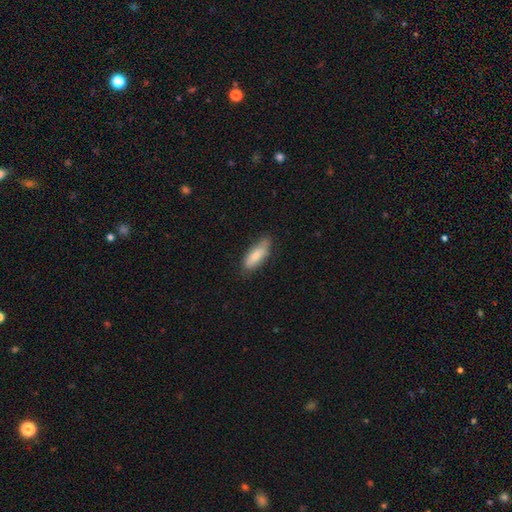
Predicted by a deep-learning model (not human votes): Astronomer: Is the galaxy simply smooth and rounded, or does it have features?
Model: smooth — 75%.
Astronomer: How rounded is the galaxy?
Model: in between — 67%.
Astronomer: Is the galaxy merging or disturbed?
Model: none — 71%.